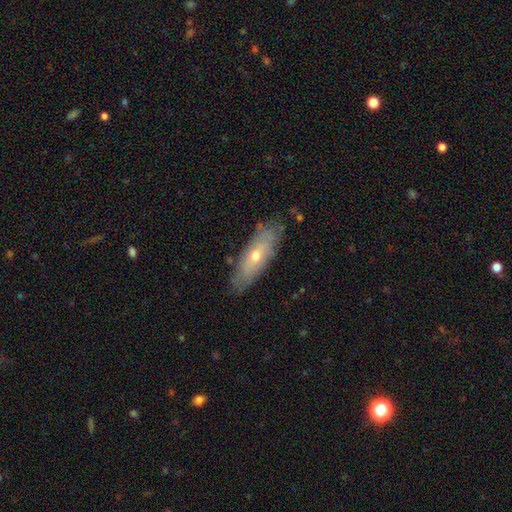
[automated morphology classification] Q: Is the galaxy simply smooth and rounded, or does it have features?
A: featured or disk — 50%.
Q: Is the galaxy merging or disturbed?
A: none — 78%.